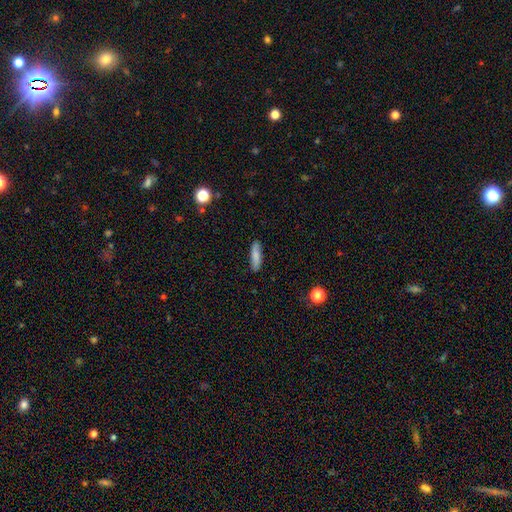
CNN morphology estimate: Q: Smooth or featured?
A: smooth (79%); runner-up: featured or disk (14%)
Q: How rounded?
A: cigar-shaped (70%); runner-up: in between (28%)
Q: Merging?
A: none (86%); runner-up: minor disturbance (10%)